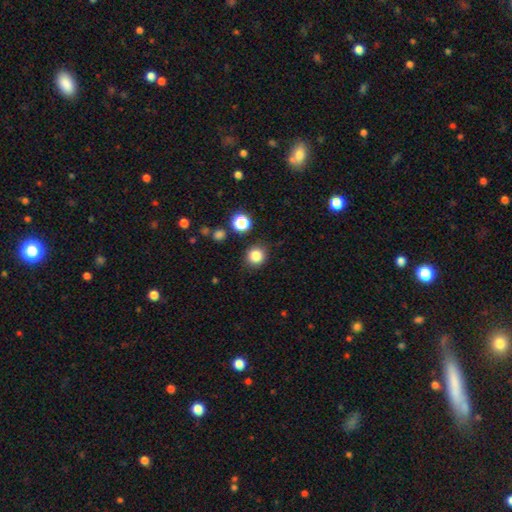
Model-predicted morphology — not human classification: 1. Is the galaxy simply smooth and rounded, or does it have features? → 84% smooth, 12% star or artifact, 5% featured or disk.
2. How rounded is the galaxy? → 90% round, 9% in between, 1% cigar-shaped.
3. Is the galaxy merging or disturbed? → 88% none, 7% minor disturbance, 3% major disturbance, 2% merger.